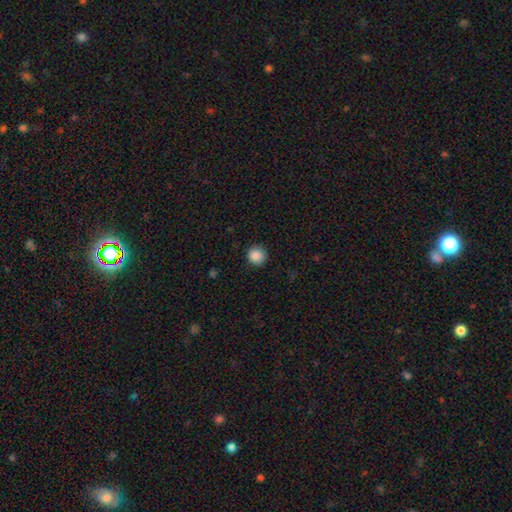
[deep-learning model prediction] smooth-or-featured: smooth: 87% | star or artifact: 9% | featured or disk: 3%
  how-rounded: round: 93% | in between: 6% | cigar-shaped: 1%
  merging: none: 89% | minor disturbance: 7% | major disturbance: 2% | merger: 1%